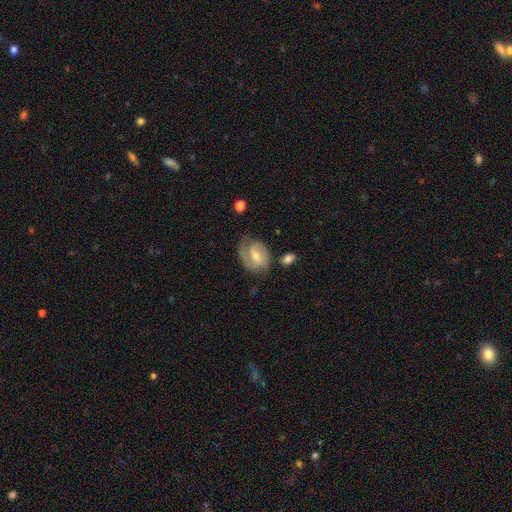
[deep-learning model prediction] smooth-or-featured: featured or disk: 74% | smooth: 20% | star or artifact: 6%
  disk-edge-on: no: 97% | yes: 3%
    bar: weak: 52% | no: 29% | strong: 20%
    has-spiral-arms: yes: 91% | no: 9%
      spiral-winding: tight: 44% | medium: 41% | loose: 15%
      spiral-arm-count: 2: 63% | 1: 19% | can't tell: 12% | 3: 3% | 4: 1% | more than 4: 1%
    bulge-size: moderate: 60% | small: 35% | large: 3% | none: 2% | dominant: 1%
  merging: none: 61% | minor disturbance: 23% | major disturbance: 11% | merger: 4%